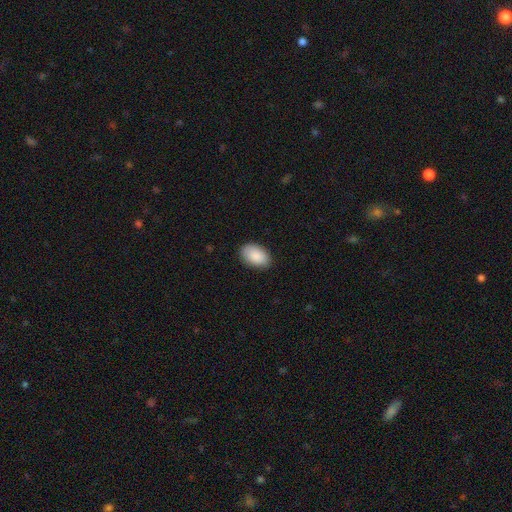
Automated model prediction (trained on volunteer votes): smooth_or_featured: smooth (p=0.90) [alt: star or artifact p=0.06]
how_rounded: in between (p=0.92) [alt: round p=0.06]
merging: none (p=0.87) [alt: minor disturbance p=0.10]